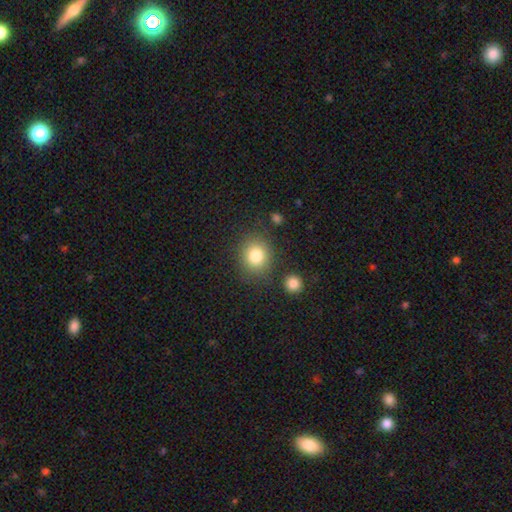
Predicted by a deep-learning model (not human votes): smooth-or-featured: smooth: 82% | star or artifact: 10% | featured or disk: 7%
  how-rounded: round: 75% | in between: 24% | cigar-shaped: 1%
  merging: none: 80% | minor disturbance: 10% | merger: 5% | major disturbance: 4%